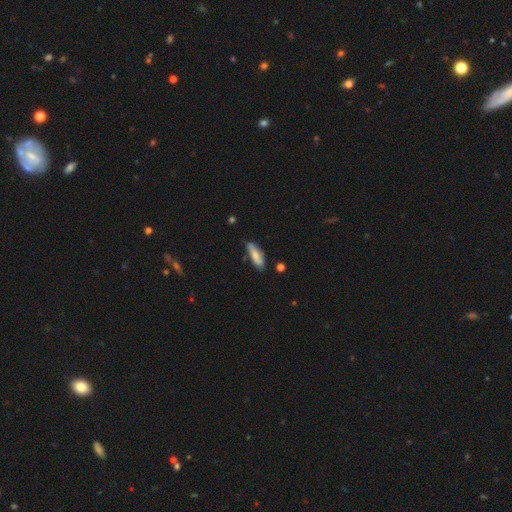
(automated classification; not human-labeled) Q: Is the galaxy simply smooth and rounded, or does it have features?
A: smooth — 68%.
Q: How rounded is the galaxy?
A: in between — 57%.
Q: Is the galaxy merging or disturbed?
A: none — 68%.